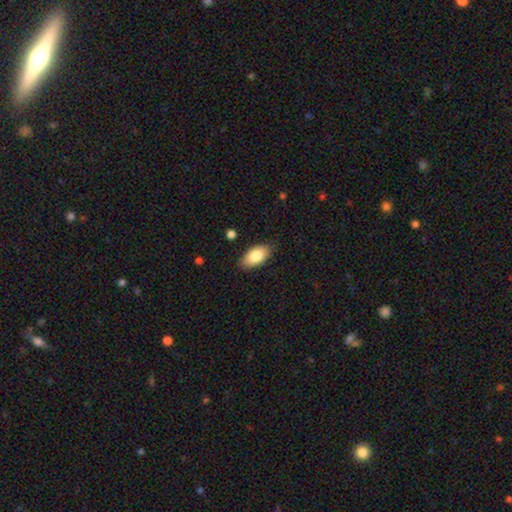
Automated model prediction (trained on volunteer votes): The model was most divided on "smooth or featured": smooth: 81%, featured or disk: 12%, star or artifact: 7%. More confident: how rounded — in between (93%); merging — none (85%).